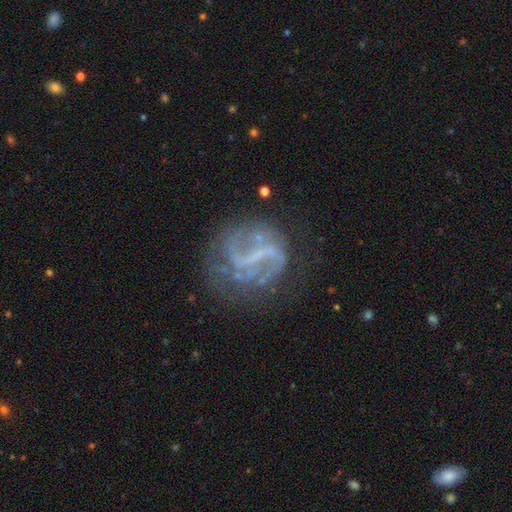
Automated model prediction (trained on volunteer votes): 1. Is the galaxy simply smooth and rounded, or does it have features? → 80% featured or disk, 10% smooth, 10% star or artifact.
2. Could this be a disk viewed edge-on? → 98% no, 2% yes.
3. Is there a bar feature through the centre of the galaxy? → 44% strong, 36% weak, 20% no.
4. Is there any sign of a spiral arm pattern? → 80% yes, 20% no.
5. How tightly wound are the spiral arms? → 47% loose, 36% medium, 17% tight.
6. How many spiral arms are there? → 66% 2, 16% can't tell, 6% 1, 6% 3, 3% 4, 3% more than 4.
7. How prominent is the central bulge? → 58% none, 34% small, 6% moderate, 1% large, 1% dominant.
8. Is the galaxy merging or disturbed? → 61% none, 18% major disturbance, 17% minor disturbance, 4% merger.